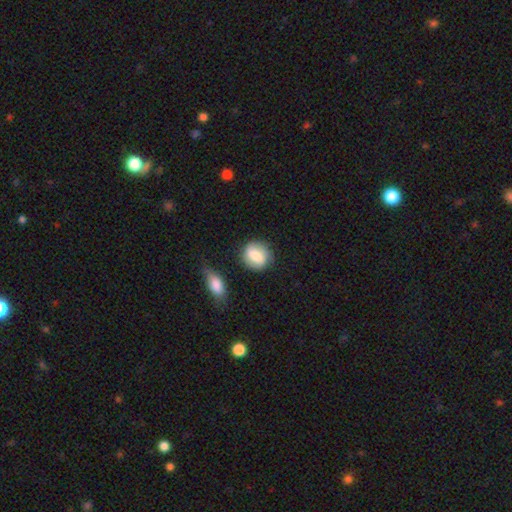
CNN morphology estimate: smooth-or-featured: smooth: 70% | featured or disk: 23% | star or artifact: 7%
  how-rounded: round: 68% | in between: 30% | cigar-shaped: 2%
  merging: none: 75% | minor disturbance: 16% | merger: 5% | major disturbance: 4%